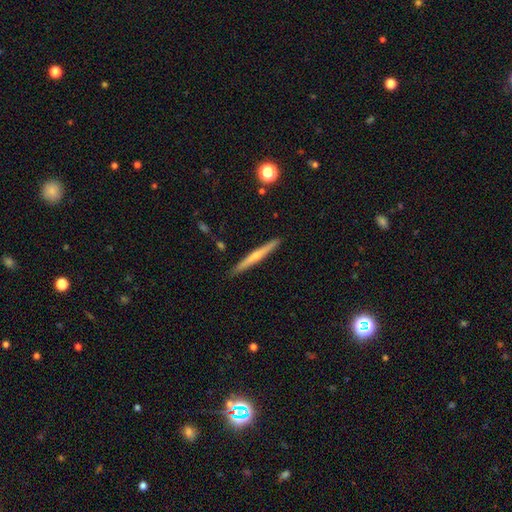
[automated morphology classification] Q: Smooth or featured?
A: featured or disk (57%); runner-up: smooth (36%)
Q: Edge-on disk?
A: yes (97%); runner-up: no (3%)
Q: Edge-on bulge?
A: rounded (60%); runner-up: none (36%)
Q: Merging?
A: none (91%); runner-up: minor disturbance (7%)